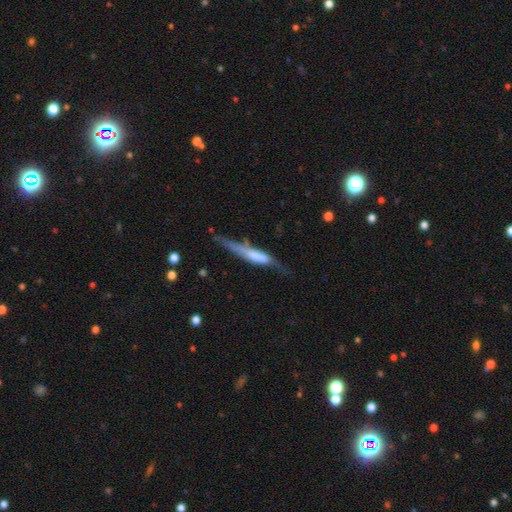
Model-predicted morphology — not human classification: A featured or disk galaxy (50%). Merging: none (47%).